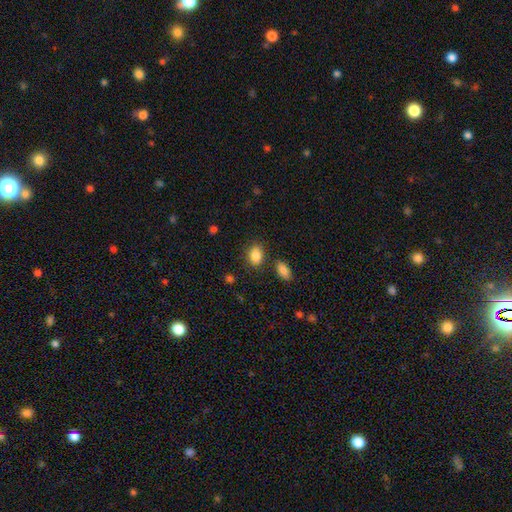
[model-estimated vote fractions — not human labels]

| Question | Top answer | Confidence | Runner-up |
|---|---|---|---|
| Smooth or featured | smooth | 86% | star or artifact (9%) |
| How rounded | in between | 70% | round (29%) |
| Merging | none | 78% | minor disturbance (12%) |